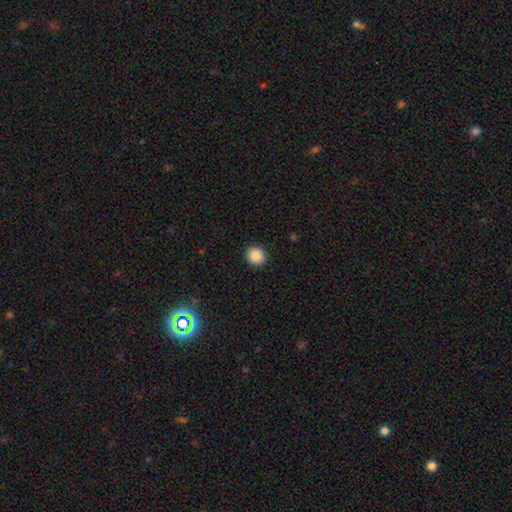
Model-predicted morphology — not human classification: Smooth or featured?
  - smooth: 87% *
  - star or artifact: 9%
  - featured or disk: 4%
How rounded?
  - round: 87% *
  - in between: 12%
  - cigar-shaped: 1%
Merging?
  - none: 92% *
  - minor disturbance: 5%
  - major disturbance: 2%
  - merger: 1%